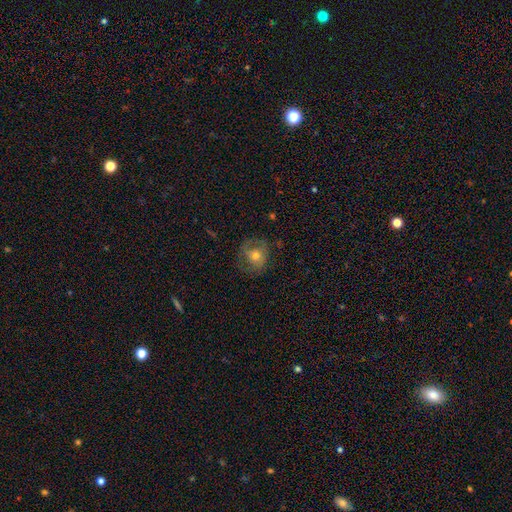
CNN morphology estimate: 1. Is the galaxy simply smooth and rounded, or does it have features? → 48% smooth, 43% featured or disk, 9% star or artifact.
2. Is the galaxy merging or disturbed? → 67% none, 20% minor disturbance, 13% major disturbance, 1% merger.